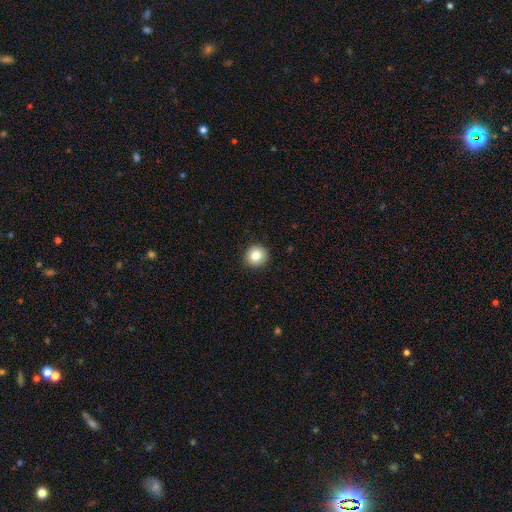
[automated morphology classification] A smooth galaxy with no disk features (82%) that is round (94%). Merging: none (92%).